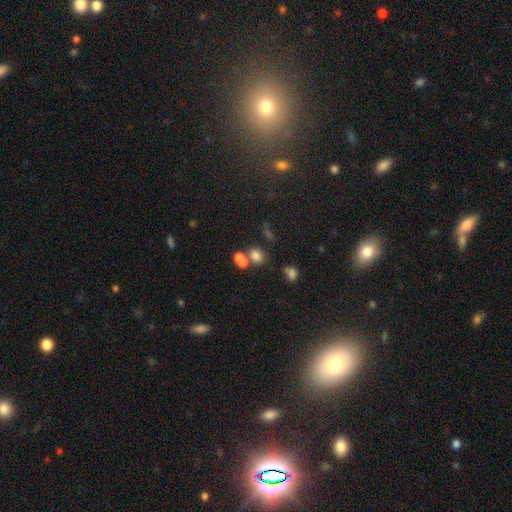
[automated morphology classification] Smooth or featured? Predicted: smooth (p=0.70). How rounded? Predicted: in between (p=0.56). Merging? Predicted: merger (p=0.51).